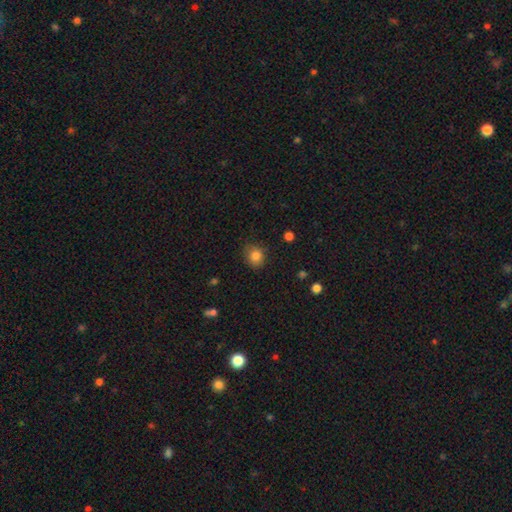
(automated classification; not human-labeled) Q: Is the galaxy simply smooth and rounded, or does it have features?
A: smooth — 83%.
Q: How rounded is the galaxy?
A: round — 70%.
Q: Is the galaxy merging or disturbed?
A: none — 81%.